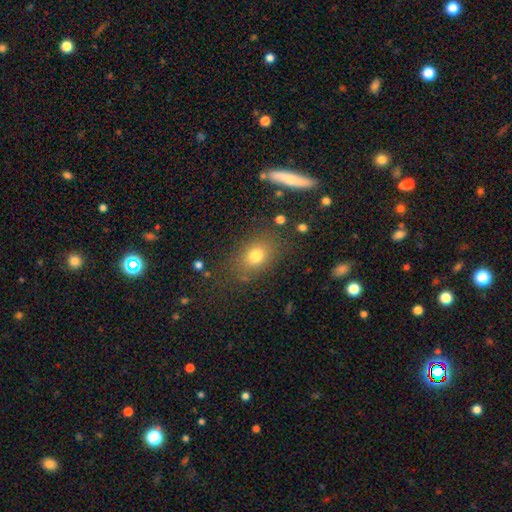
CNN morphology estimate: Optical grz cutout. It shows a smooth galaxy with no disk features (75%) that is in between round and cigar-shaped (61%). Merging: none (77%).